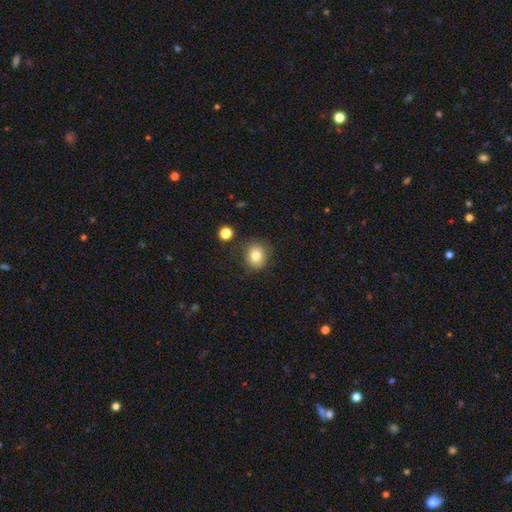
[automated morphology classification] A smooth galaxy with no disk features (80%) that is round (79%).

Vote fractions:
- Smooth or featured? smooth: 80% / star or artifact: 11% / featured or disk: 9%
- How rounded? round: 79% / in between: 20% / cigar-shaped: 1%
- Merging? none: 83% / minor disturbance: 11% / major disturbance: 3% / merger: 3%